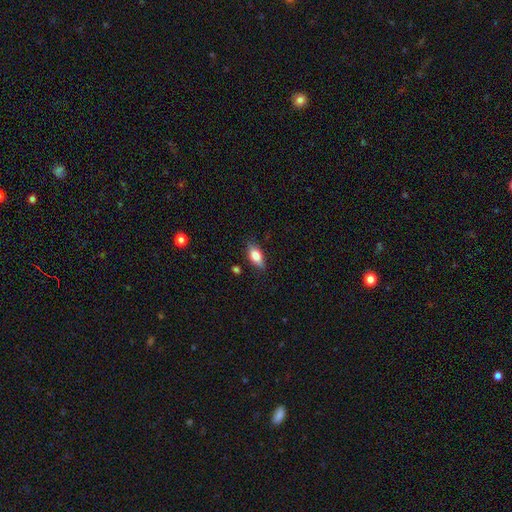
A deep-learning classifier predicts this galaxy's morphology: Smooth or featured? smooth (75%)
How rounded? in between (83%)
Merging? none (79%)